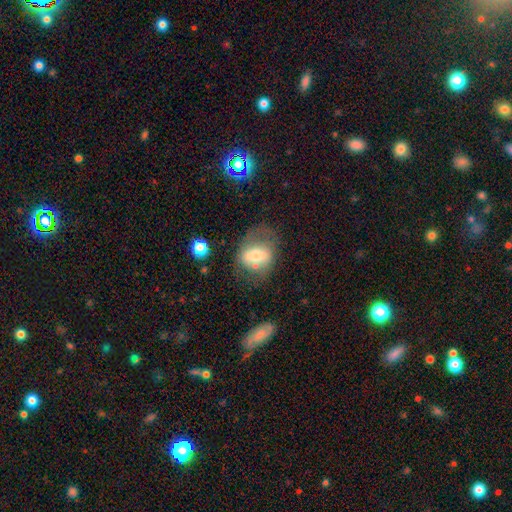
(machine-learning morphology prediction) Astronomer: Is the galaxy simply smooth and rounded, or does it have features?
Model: smooth — 54% (runner-up: featured or disk, 37%).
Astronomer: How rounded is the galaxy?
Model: in between — 64%.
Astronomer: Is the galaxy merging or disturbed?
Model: none — 43% (runner-up: minor disturbance, 26%).